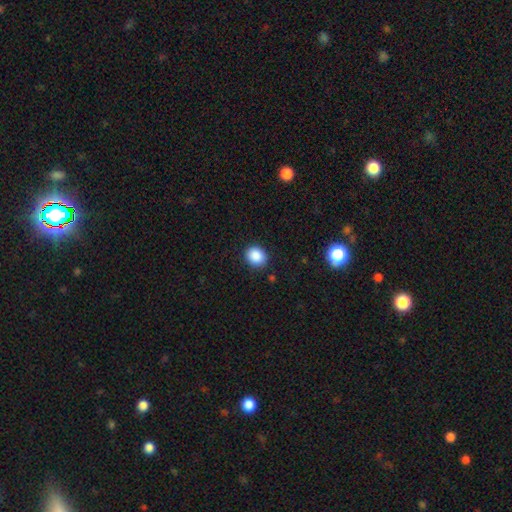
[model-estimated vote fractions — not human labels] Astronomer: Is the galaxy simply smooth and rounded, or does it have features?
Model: smooth — 88%.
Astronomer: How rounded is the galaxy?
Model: round — 71%.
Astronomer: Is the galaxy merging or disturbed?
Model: none — 88%.